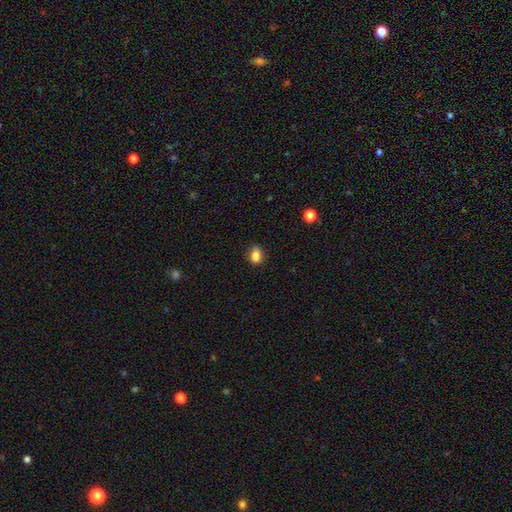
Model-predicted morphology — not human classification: Smooth or featured: smooth — 84% (star or artifact — 10%)
How rounded: in between — 70% (round — 28%)
Merging: none — 74% (minor disturbance — 21%)